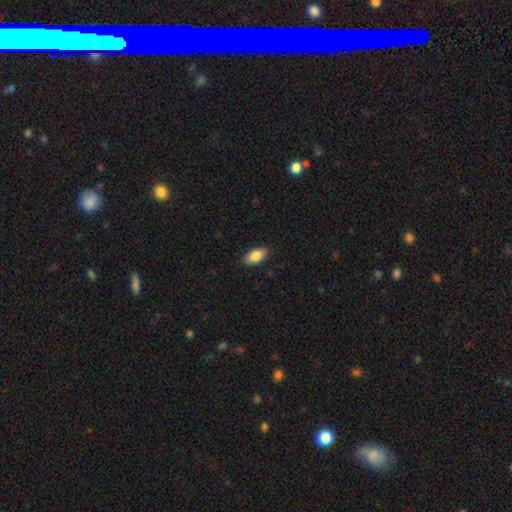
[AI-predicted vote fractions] Smooth or featured? smooth (86%)
How rounded? in between (92%)
Merging? none (89%)